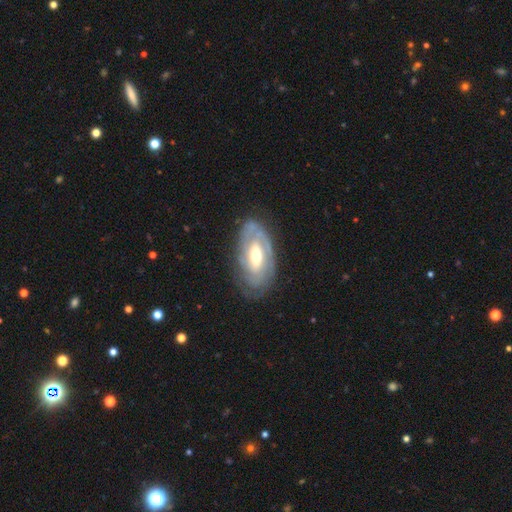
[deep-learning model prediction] Overall: featured or disk (77%). Edge-on disk: no (93%). Bar: weak (40%; no 38%). Spiral arms: yes (79%). Spiral arm count: can't tell (43%; 2 37%). Spiral winding: tight (67%). Bulge size: moderate (65%). Merging: none (72%).